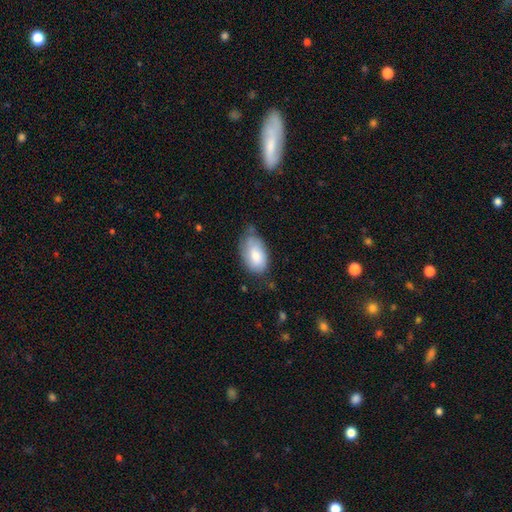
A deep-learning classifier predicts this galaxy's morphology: smooth 78%, featured or disk 16%, star or artifact 6%. Down the decision tree: how rounded — in between (93%); merging — none (51%).